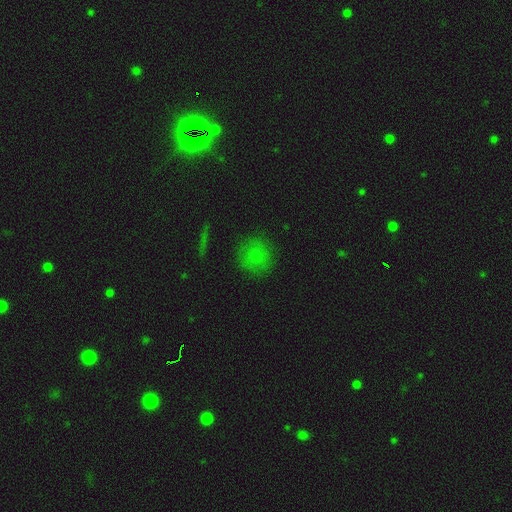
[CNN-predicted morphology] Smooth or featured?
  - smooth: 72% *
  - star or artifact: 17%
  - featured or disk: 11%
How rounded?
  - round: 90% *
  - in between: 9%
  - cigar-shaped: 1%
Merging?
  - none: 82% *
  - minor disturbance: 13%
  - major disturbance: 4%
  - merger: 1%